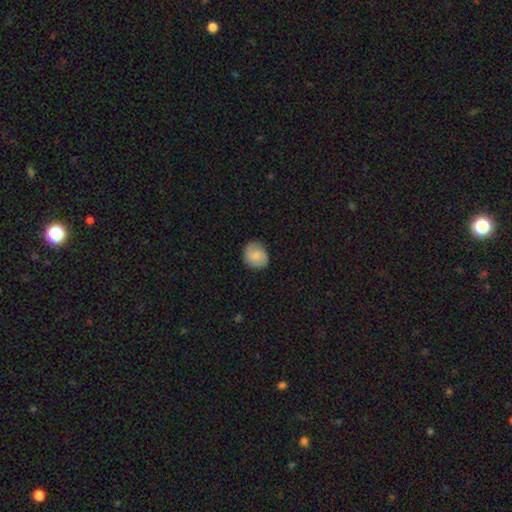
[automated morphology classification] Overall: smooth (67%). How rounded: round (78%). Merging: none (81%).